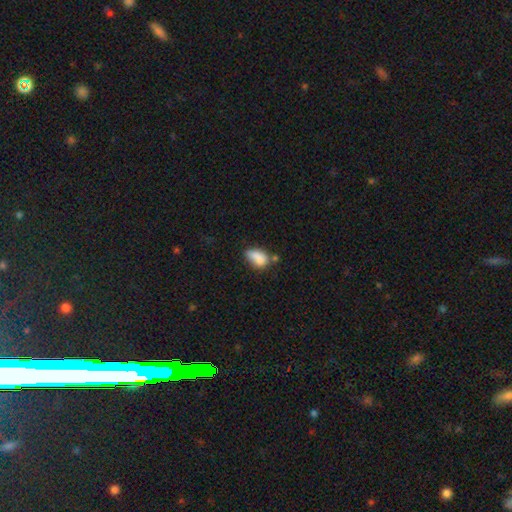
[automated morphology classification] Overall: smooth (82%). How rounded: in between (88%). Merging: none (41%; minor disturbance 33%).